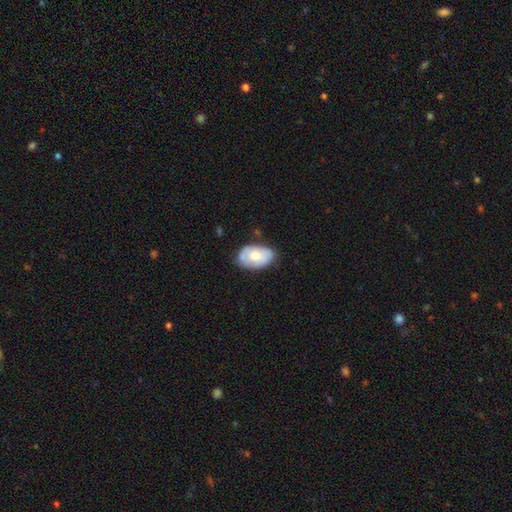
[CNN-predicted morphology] A smooth galaxy with no disk features (65%) that is in between round and cigar-shaped (91%).

Vote fractions:
- Smooth or featured? smooth: 65% / featured or disk: 29% / star or artifact: 6%
- How rounded? in between: 91% / round: 8% / cigar-shaped: 1%
- Merging? none: 66% / minor disturbance: 26% / major disturbance: 5% / merger: 3%